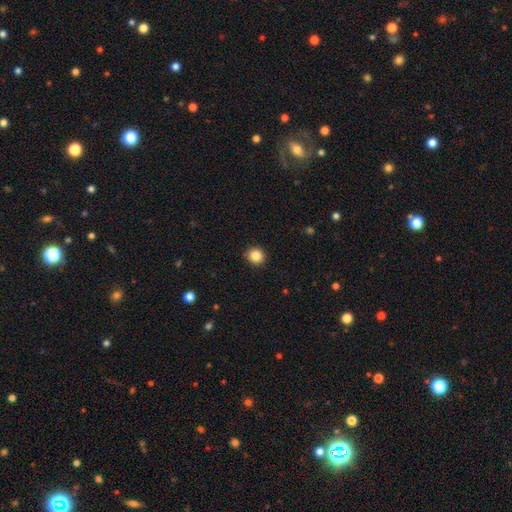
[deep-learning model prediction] Smooth or featured?
  - smooth: 85% *
  - star or artifact: 10%
  - featured or disk: 4%
How rounded?
  - round: 90% *
  - in between: 9%
  - cigar-shaped: 1%
Merging?
  - none: 90% *
  - minor disturbance: 7%
  - major disturbance: 2%
  - merger: 1%